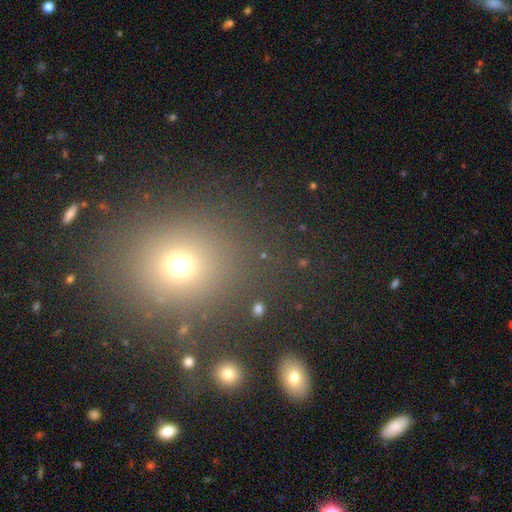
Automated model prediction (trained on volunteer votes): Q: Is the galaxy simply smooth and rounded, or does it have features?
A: smooth — 60%.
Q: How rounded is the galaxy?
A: round — 78%.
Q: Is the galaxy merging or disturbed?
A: none — 85%.